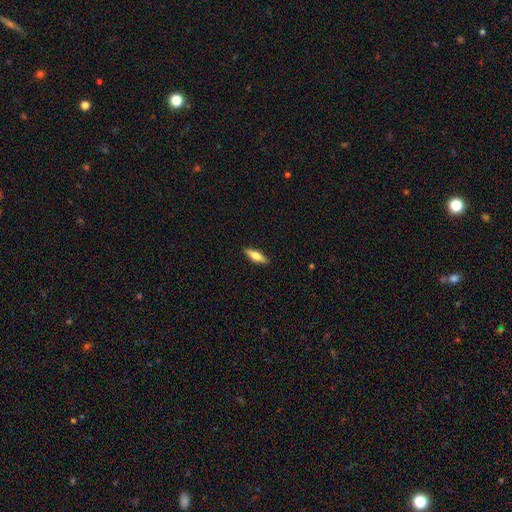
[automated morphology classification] Overall: smooth (56%; featured or disk 38%). How rounded: cigar-shaped (55%; in between 42%). Merging: none (90%).